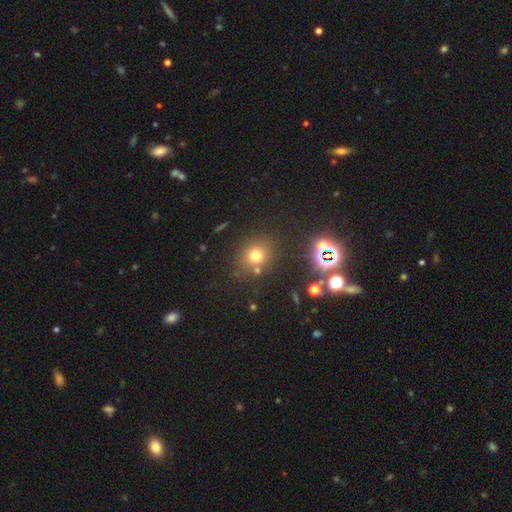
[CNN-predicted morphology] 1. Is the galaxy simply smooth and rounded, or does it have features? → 69% smooth, 22% star or artifact, 9% featured or disk.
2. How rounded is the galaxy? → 79% round, 20% in between, 1% cigar-shaped.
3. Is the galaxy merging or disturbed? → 78% none, 10% minor disturbance, 7% merger, 4% major disturbance.